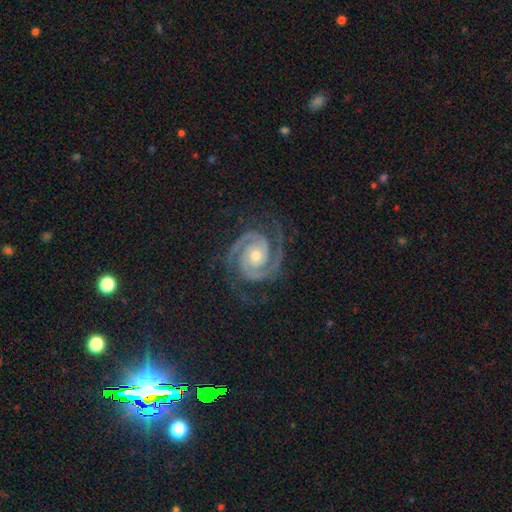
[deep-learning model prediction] Smooth or featured? Predicted: featured or disk (p=0.94). Edge-on disk? Predicted: no (p=0.98). Bar? Predicted: no (p=0.73). Spiral arms? Predicted: yes (p=0.99). Spiral winding? Predicted: tight (p=0.69). Spiral arm count? Predicted: 2 (p=0.90). Bulge size? Predicted: moderate (p=0.52). Merging? Predicted: none (p=0.81).